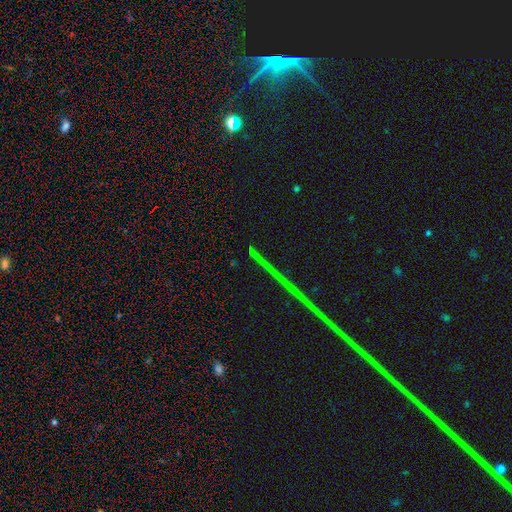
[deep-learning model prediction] Overall: star or artifact (83%).